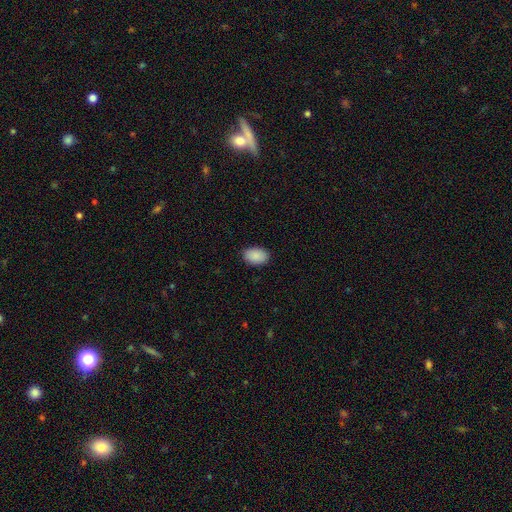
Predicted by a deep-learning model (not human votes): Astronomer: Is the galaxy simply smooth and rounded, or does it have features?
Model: smooth — 90%.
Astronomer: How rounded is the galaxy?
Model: in between — 87%.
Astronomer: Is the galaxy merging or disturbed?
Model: none — 89%.